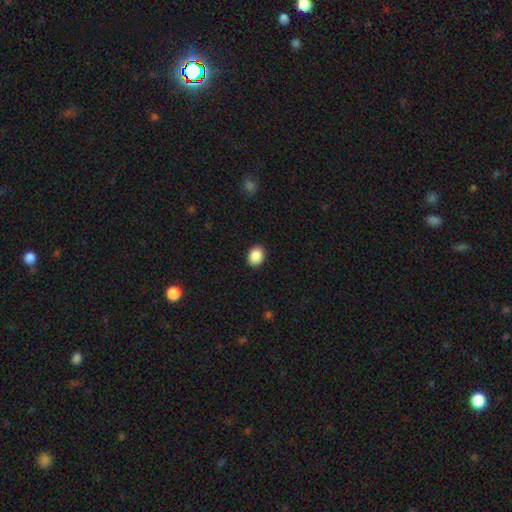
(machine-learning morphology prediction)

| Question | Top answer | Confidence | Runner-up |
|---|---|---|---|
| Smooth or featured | smooth | 89% | star or artifact (8%) |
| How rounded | in between | 56% | round (43%) |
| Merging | none | 90% | minor disturbance (7%) |